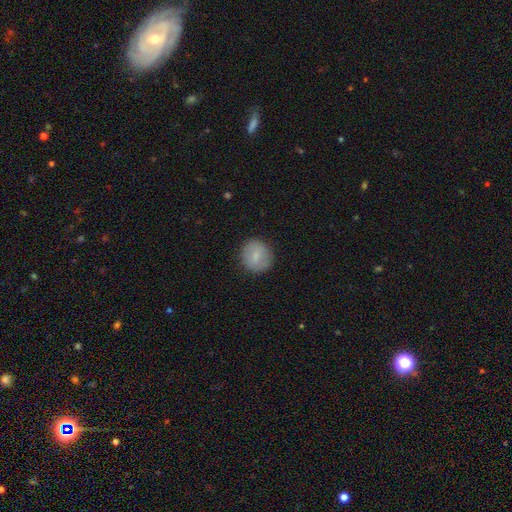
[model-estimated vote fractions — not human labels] A smooth galaxy with no disk features (78%) that is round (87%). Merging: none (87%).